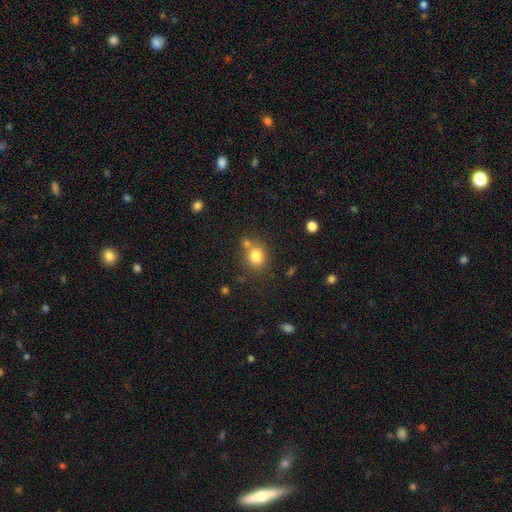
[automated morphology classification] smooth-or-featured: smooth: 80% | star or artifact: 11% | featured or disk: 8%
  how-rounded: round: 70% | in between: 29% | cigar-shaped: 1%
  merging: none: 64% | merger: 19% | minor disturbance: 13% | major disturbance: 4%